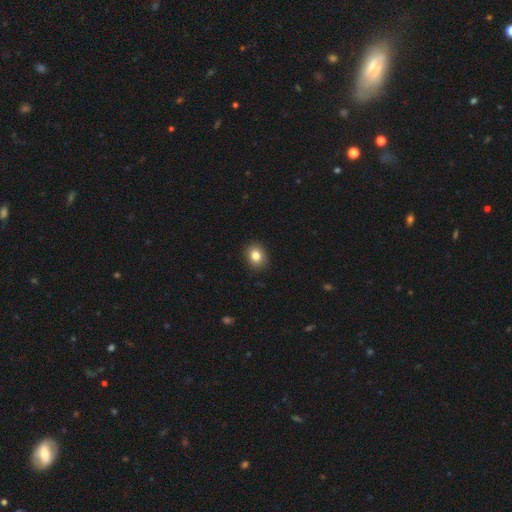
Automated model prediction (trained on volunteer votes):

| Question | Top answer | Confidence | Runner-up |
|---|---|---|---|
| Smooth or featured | smooth | 82% | star or artifact (10%) |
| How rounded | round | 56% | in between (43%) |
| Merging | none | 90% | minor disturbance (7%) |